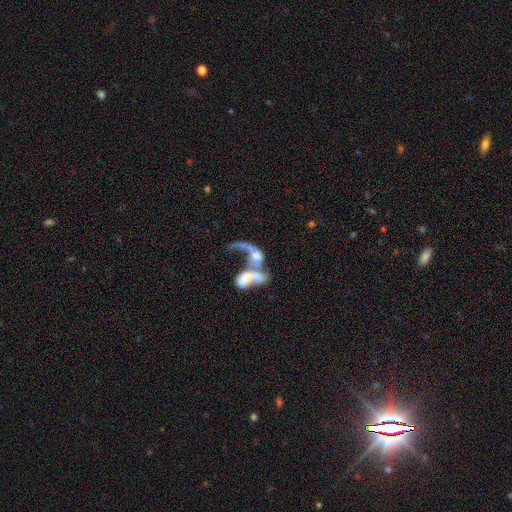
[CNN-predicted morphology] Smooth or featured: featured or disk — 61% (smooth — 30%)
Edge-on disk: no — 92% (yes — 8%)
Bar: no — 68% (weak — 24%)
Spiral arms: yes — 55% (no — 45%)
Bulge size: moderate — 37% (none — 22%)
Merging: merger — 78% (major disturbance — 13%)